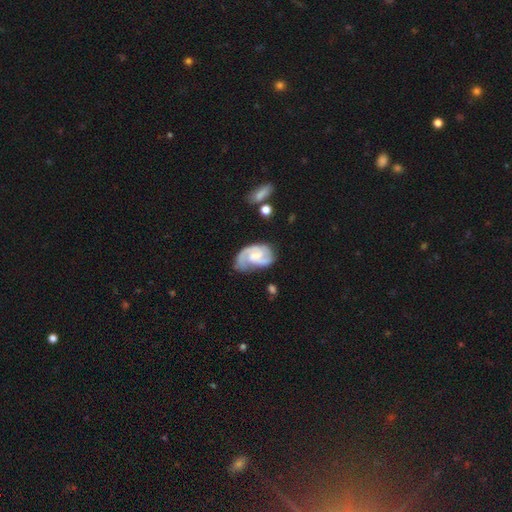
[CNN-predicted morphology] Smooth or featured: featured or disk — 81% (smooth — 14%)
Edge-on disk: no — 98% (yes — 2%)
Bar: no — 46% (weak — 44%)
Spiral arms: yes — 95% (no — 5%)
Spiral winding: medium — 46% (tight — 39%)
Spiral arm count: 2 — 66% (3 — 10%)
Bulge size: small — 32% (moderate — 30%)
Merging: none — 53% (minor disturbance — 27%)